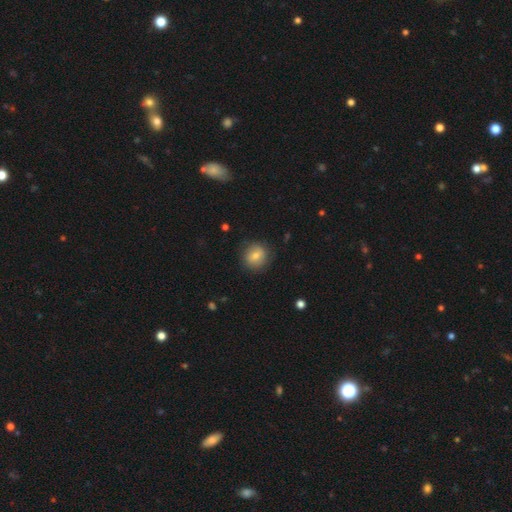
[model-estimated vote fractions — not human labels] A smooth galaxy with no disk features (73%) that is round (86%).

Vote fractions:
- Smooth or featured? smooth: 73% / featured or disk: 18% / star or artifact: 9%
- How rounded? round: 86% / in between: 13% / cigar-shaped: 1%
- Merging? none: 81% / minor disturbance: 13% / major disturbance: 4% / merger: 1%